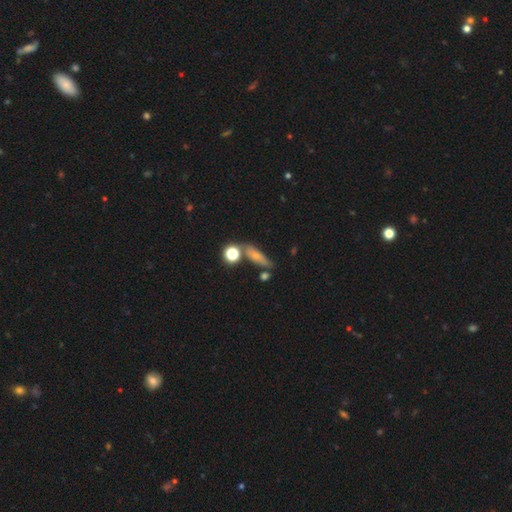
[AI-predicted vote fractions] A smooth galaxy with no disk features (67%) that is cigar-shaped (51%).

Vote fractions:
- Smooth or featured? smooth: 67% / featured or disk: 19% / star or artifact: 14%
- How rounded? cigar-shaped: 51% / in between: 37% / round: 12%
- Merging? none: 61% / minor disturbance: 18% / merger: 13% / major disturbance: 7%